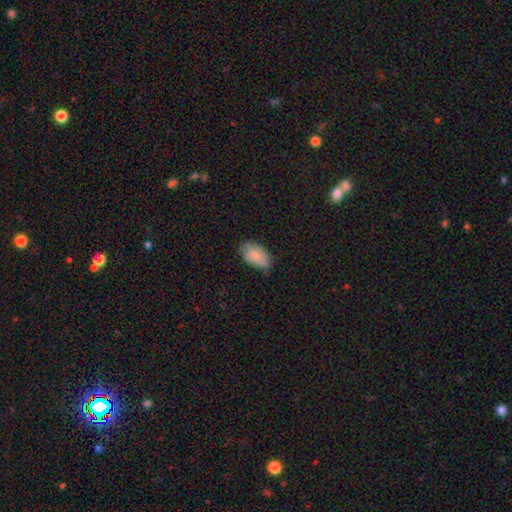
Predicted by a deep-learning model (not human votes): This is clearly a smooth galaxy (82%). How rounded: clearly in between (93%). Merging: likely none (66%).